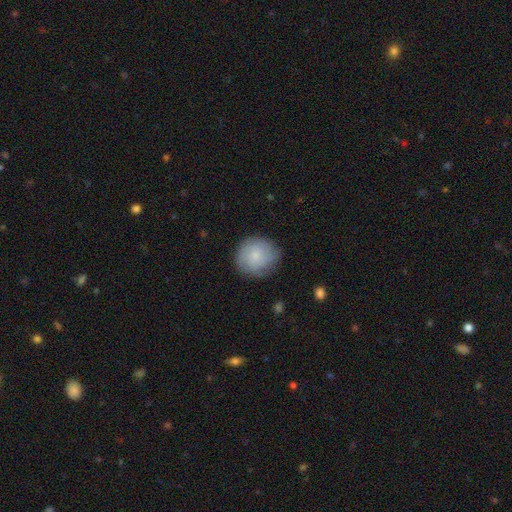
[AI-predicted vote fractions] Q: Smooth or featured?
A: smooth (72%); runner-up: featured or disk (22%)
Q: How rounded?
A: round (84%); runner-up: in between (15%)
Q: Merging?
A: none (75%); runner-up: minor disturbance (19%)